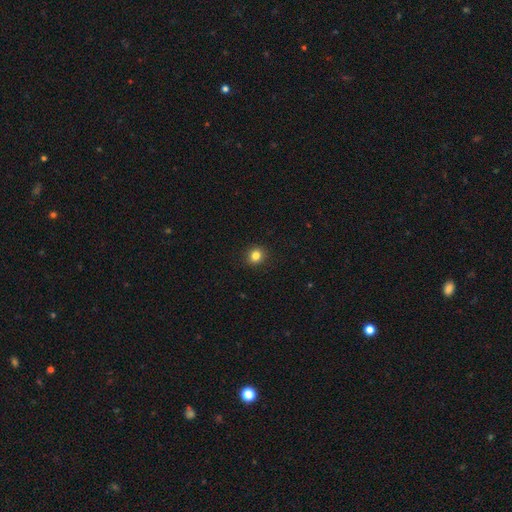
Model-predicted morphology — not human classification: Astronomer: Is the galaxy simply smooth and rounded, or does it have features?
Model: smooth — 83%.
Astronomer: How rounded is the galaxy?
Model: round — 82%.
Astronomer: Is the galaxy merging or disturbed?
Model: none — 92%.